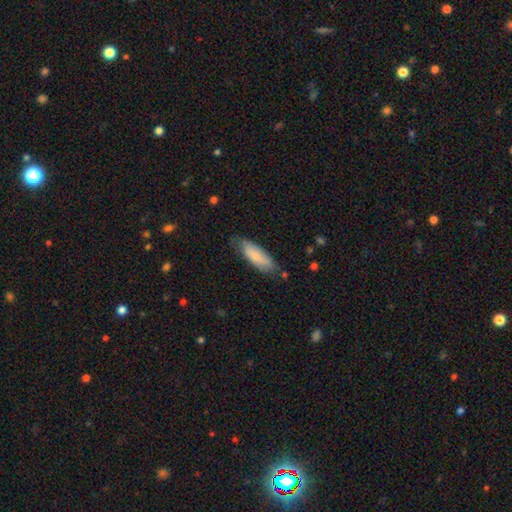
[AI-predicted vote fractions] smooth 76%, featured or disk 18%, star or artifact 6%. Down the decision tree: how rounded — in between (61%); merging — none (70%).